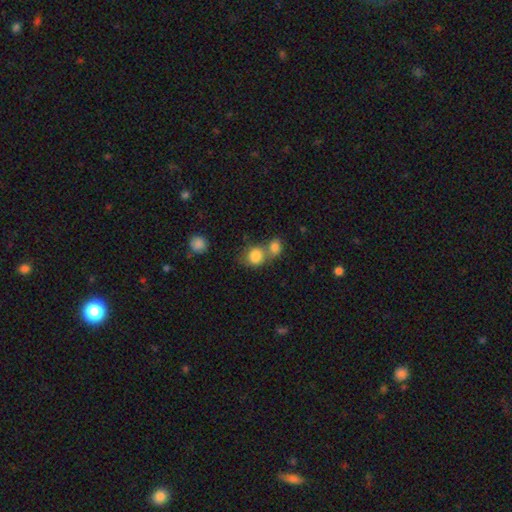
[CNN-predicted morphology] This is clearly a smooth galaxy (84%). How rounded: likely round (73%). Merging: possibly merger (51%).